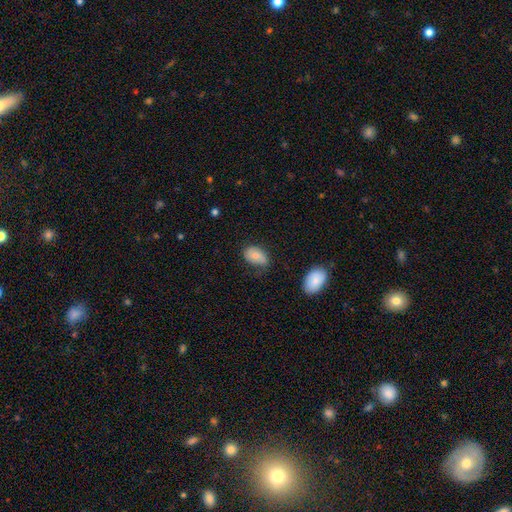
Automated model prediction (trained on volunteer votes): This is likely a smooth galaxy (74%). How rounded: clearly in between (88%). Merging: possibly none (51%).